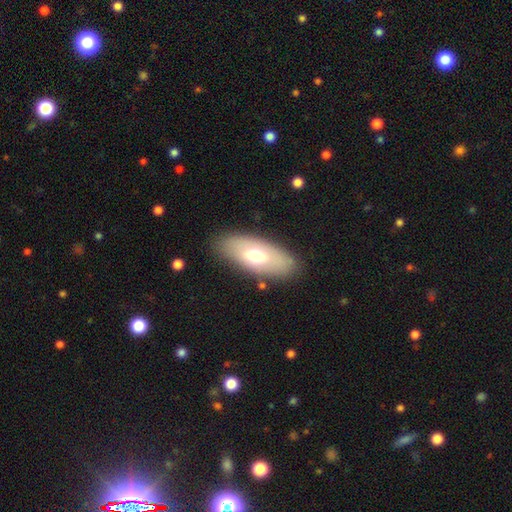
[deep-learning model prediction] Overall: smooth (61%; featured or disk 32%). How rounded: in between (88%). Merging: none (83%).